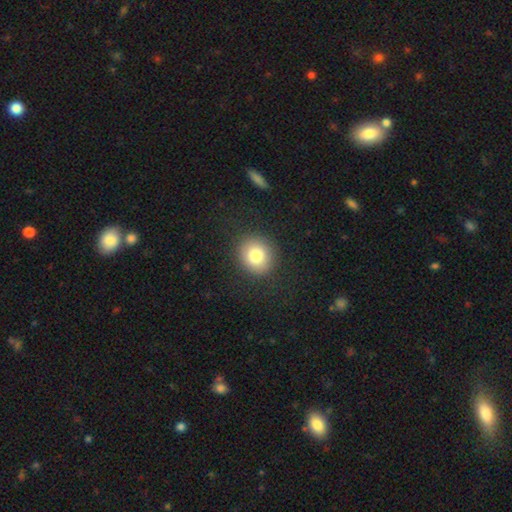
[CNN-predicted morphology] smooth-or-featured: smooth: 80% | star or artifact: 11% | featured or disk: 10%
  how-rounded: round: 83% | in between: 17% | cigar-shaped: 1%
  merging: none: 89% | minor disturbance: 7% | major disturbance: 3% | merger: 1%